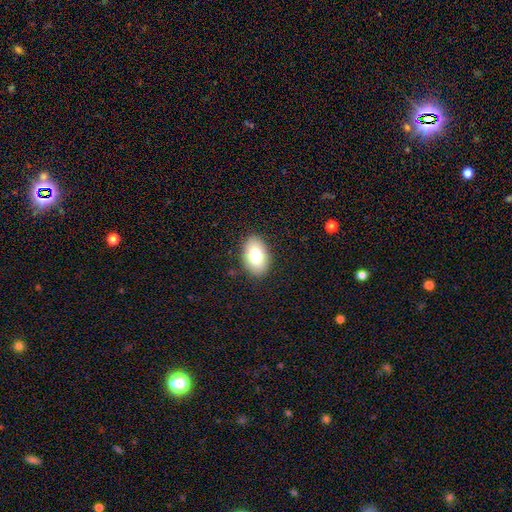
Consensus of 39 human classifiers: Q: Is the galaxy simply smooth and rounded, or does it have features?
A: smooth — 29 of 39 (74%).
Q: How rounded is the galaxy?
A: in between — 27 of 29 (93%).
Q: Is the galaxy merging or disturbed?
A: none — 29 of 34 (85%).